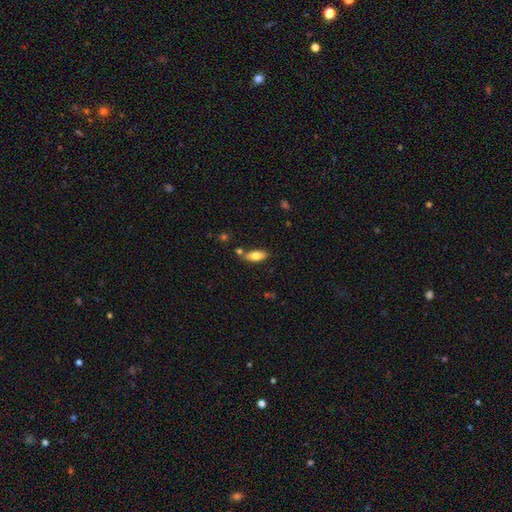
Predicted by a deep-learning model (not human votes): smooth-or-featured: smooth: 73% | featured or disk: 21% | star or artifact: 7%
  how-rounded: in between: 73% | cigar-shaped: 24% | round: 2%
  merging: none: 73% | minor disturbance: 14% | merger: 9% | major disturbance: 3%